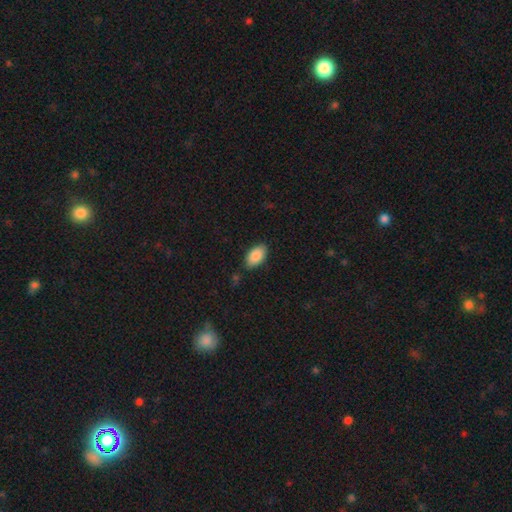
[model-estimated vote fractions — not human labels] Q: Smooth or featured?
A: smooth (88%); runner-up: star or artifact (7%)
Q: How rounded?
A: in between (94%); runner-up: round (4%)
Q: Merging?
A: none (84%); runner-up: minor disturbance (12%)